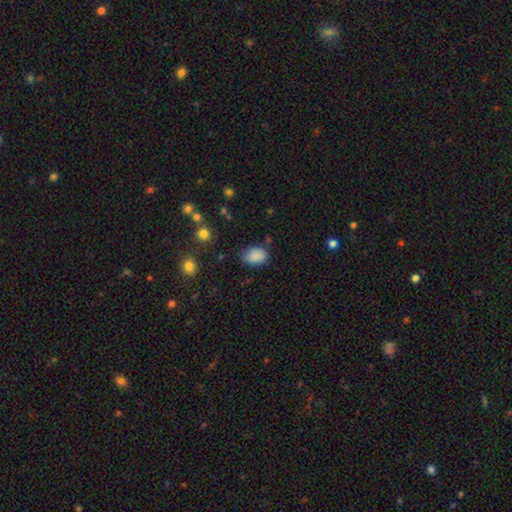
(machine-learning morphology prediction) This is clearly a smooth galaxy (86%). How rounded: likely in between (77%). Merging: likely none (72%).